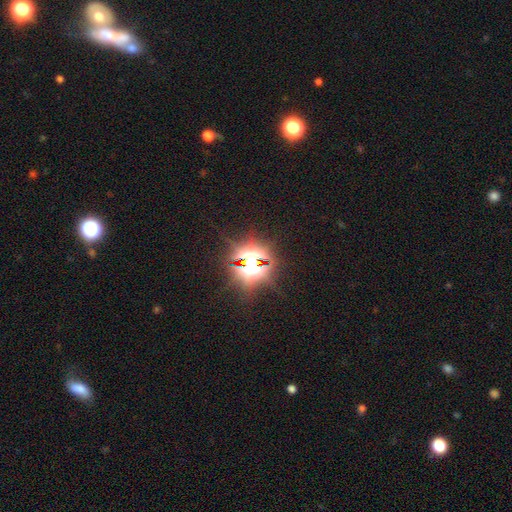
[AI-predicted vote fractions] Smooth or featured? star or artifact (80%)